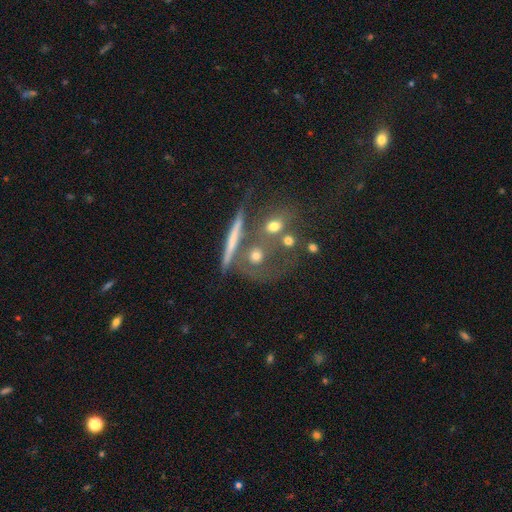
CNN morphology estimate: A featured or disk galaxy (45%). Merging: none (49%).